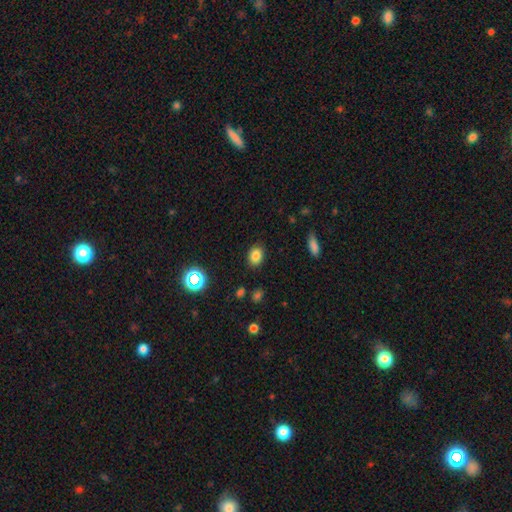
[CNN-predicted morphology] Smooth or featured? smooth (81%)
How rounded? in between (68%)
Merging? none (86%)